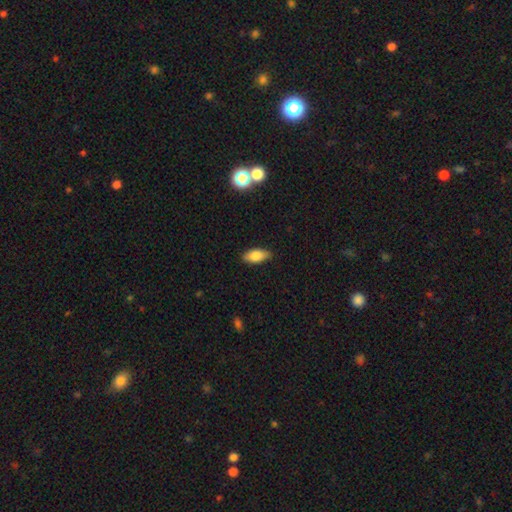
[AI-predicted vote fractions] Morphology: type=smooth (81%); roundness=in between (88%); merging=none (83%).